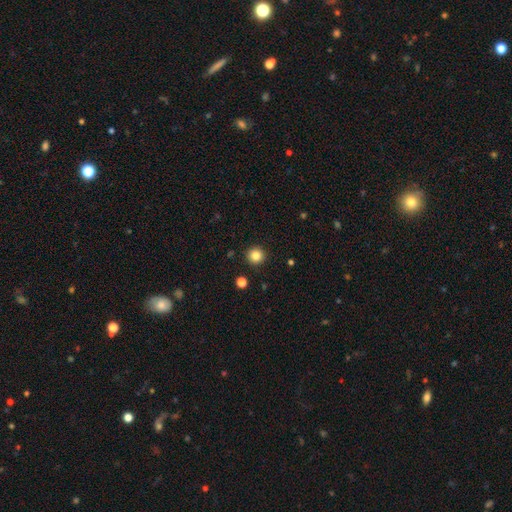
smooth_or_featured: smooth (p=0.89) [alt: star or artifact p=0.08]
how_rounded: round (p=0.97) [alt: in between p=0.03]
merging: none (p=0.83) [alt: minor disturbance p=0.06]